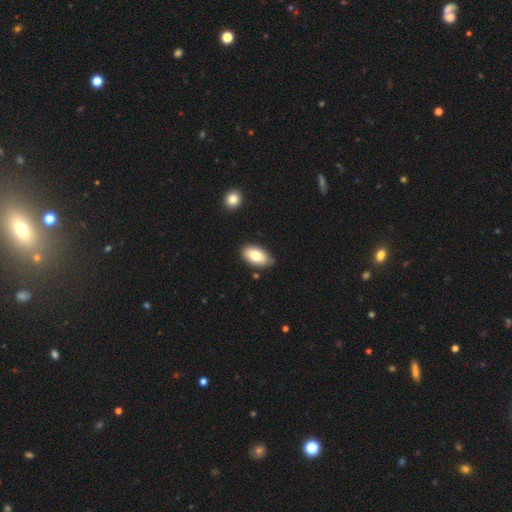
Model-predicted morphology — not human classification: Smooth or featured: smooth — 78% (featured or disk — 15%)
How rounded: in between — 94% (round — 5%)
Merging: none — 82% (minor disturbance — 13%)